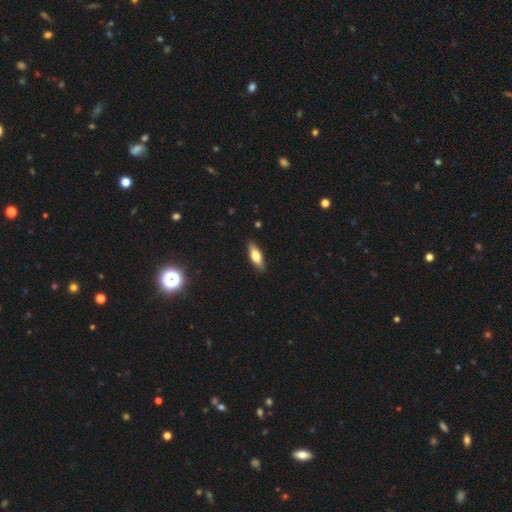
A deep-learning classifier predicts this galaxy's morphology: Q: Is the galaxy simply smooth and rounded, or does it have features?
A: smooth — 64%.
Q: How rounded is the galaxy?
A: in between — 54%.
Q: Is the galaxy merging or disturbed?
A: none — 88%.